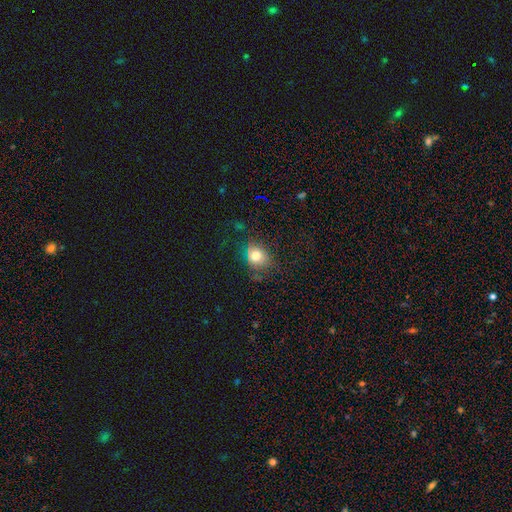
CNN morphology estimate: Q: Smooth or featured?
A: smooth (75%); runner-up: star or artifact (14%)
Q: How rounded?
A: round (65%); runner-up: in between (34%)
Q: Merging?
A: none (70%); runner-up: minor disturbance (20%)